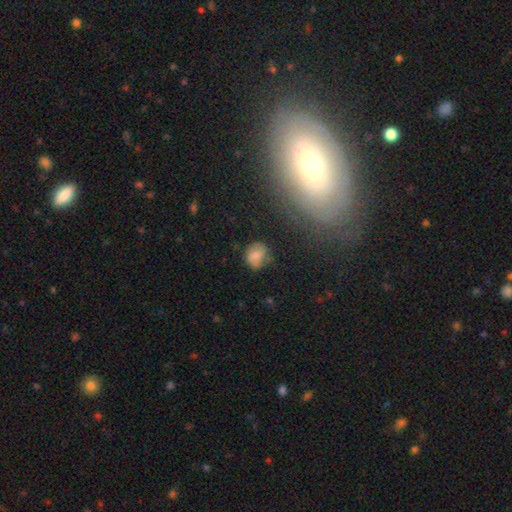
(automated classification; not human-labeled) smooth-or-featured: smooth: 66% | featured or disk: 23% | star or artifact: 11%
  how-rounded: round: 62% | in between: 37% | cigar-shaped: 1%
  merging: none: 59% | minor disturbance: 28% | major disturbance: 9% | merger: 4%